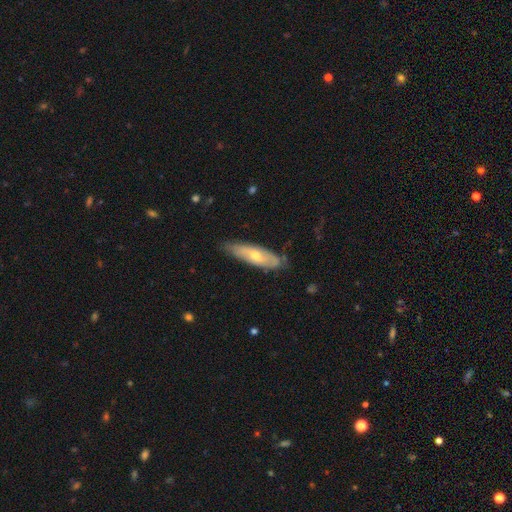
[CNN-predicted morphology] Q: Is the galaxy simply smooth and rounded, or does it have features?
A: featured or disk — 48%.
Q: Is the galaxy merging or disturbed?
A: none — 75%.